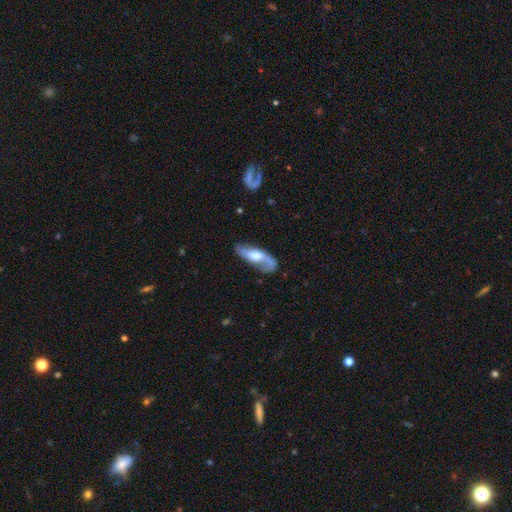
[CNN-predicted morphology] A featured or disk galaxy (64%) with no bar (44%), spiral arms (84%) and a moderate central bulge (46%).

Vote fractions:
- Smooth or featured? featured or disk: 64% / smooth: 30% / star or artifact: 6%
- Edge-on disk? no: 84% / yes: 16%
- Bar? no: 44% / weak: 41% / strong: 16%
- Spiral arms? yes: 84% / no: 16%
- Bulge size? moderate: 46% / large: 33% / small: 12% / none: 6% / dominant: 3%
- Merging? none: 61% / minor disturbance: 23% / major disturbance: 13% / merger: 3%